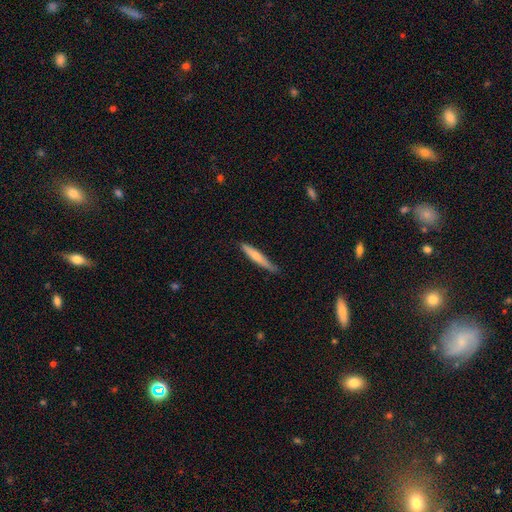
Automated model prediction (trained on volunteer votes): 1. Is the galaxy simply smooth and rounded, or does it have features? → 63% smooth, 31% featured or disk, 5% star or artifact.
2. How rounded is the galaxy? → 94% cigar-shaped, 5% in between, 1% round.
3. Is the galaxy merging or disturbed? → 80% none, 17% minor disturbance, 2% major disturbance, 1% merger.